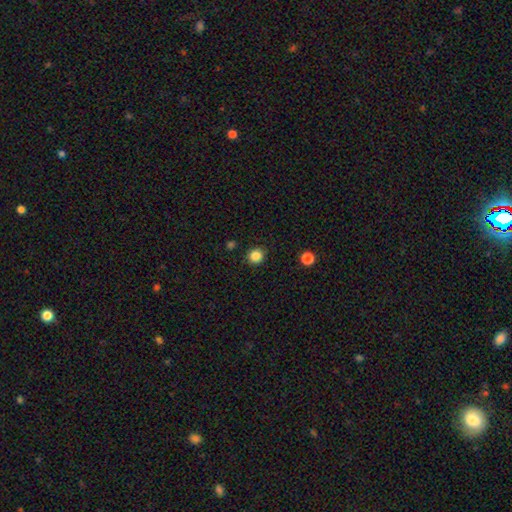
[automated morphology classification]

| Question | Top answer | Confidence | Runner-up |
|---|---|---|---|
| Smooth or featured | smooth | 86% | star or artifact (11%) |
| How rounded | round | 92% | in between (7%) |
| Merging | none | 90% | minor disturbance (7%) |